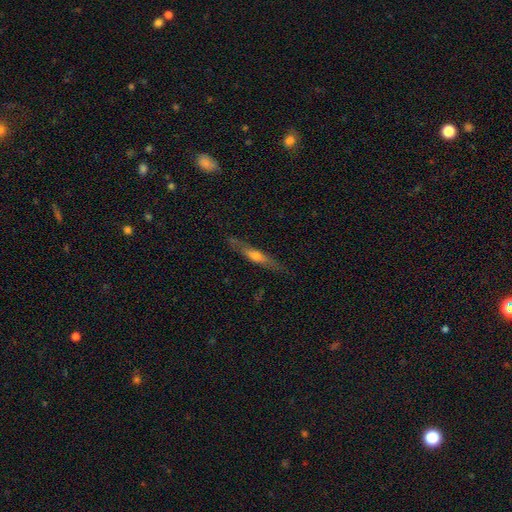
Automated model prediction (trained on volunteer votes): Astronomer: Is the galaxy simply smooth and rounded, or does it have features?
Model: featured or disk — 56% (runner-up: smooth, 37%).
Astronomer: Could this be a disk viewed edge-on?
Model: yes — 90%.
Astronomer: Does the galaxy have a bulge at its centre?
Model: rounded — 73%.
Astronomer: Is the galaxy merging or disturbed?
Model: none — 83%.